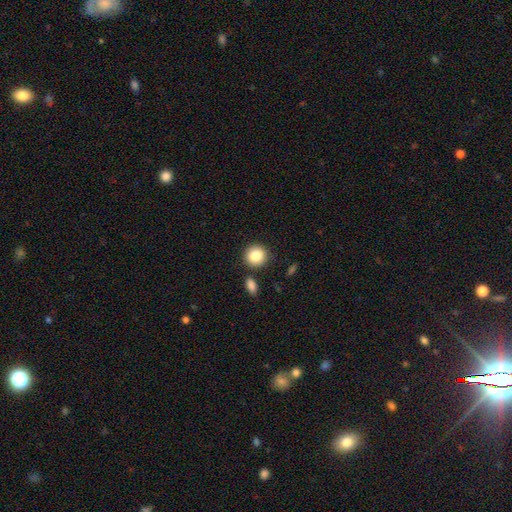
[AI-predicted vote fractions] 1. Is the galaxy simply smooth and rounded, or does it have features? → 86% smooth, 8% star or artifact, 6% featured or disk.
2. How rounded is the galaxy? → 90% round, 9% in between, 1% cigar-shaped.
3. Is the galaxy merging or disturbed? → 83% none, 8% minor disturbance, 6% merger, 2% major disturbance.